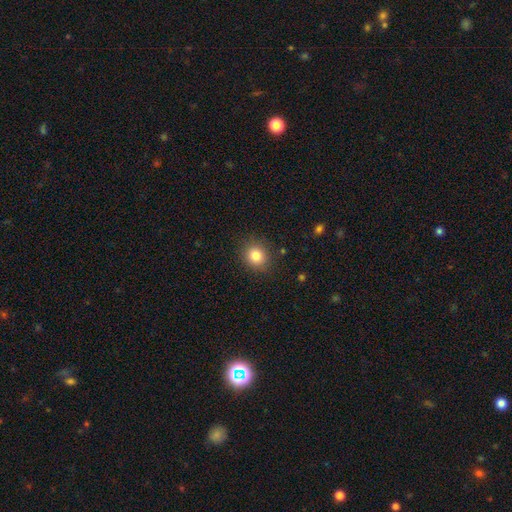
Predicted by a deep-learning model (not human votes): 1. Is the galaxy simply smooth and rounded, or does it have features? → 83% smooth, 11% star or artifact, 6% featured or disk.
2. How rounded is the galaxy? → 79% round, 20% in between, 1% cigar-shaped.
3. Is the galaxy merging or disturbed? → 87% none, 9% minor disturbance, 3% major disturbance, 1% merger.